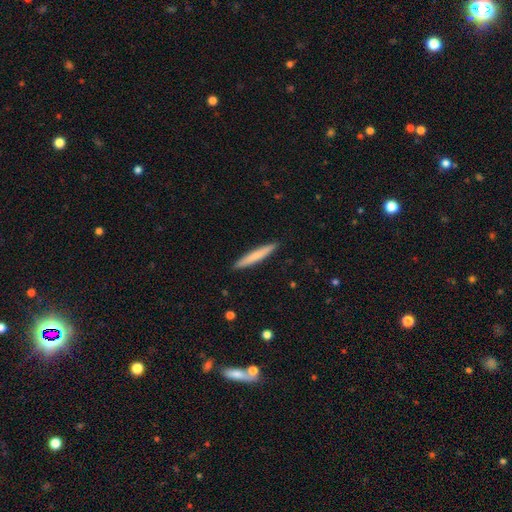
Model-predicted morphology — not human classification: type=smooth (71%); roundness=cigar-shaped (95%); merging=none (92%).